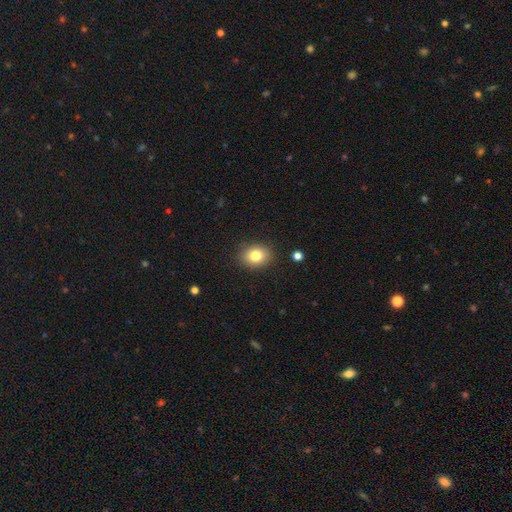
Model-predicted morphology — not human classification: smooth 82%, star or artifact 10%, featured or disk 8%. Down the decision tree: how rounded — in between (54%); merging — none (88%).